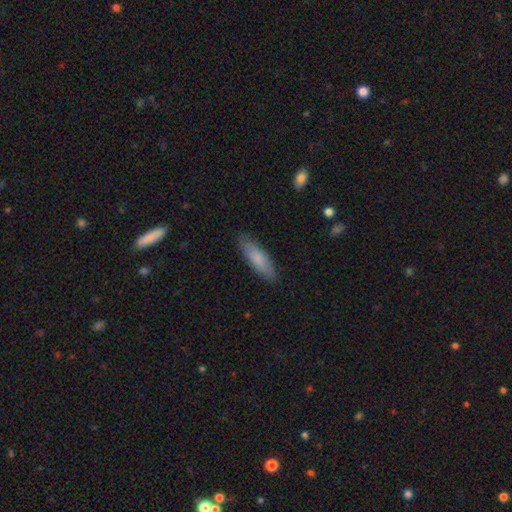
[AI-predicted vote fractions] The model was most divided on "how rounded": cigar-shaped: 68%, in between: 31%, round: 1%. More confident: merging — none (87%); smooth or featured — smooth (77%).